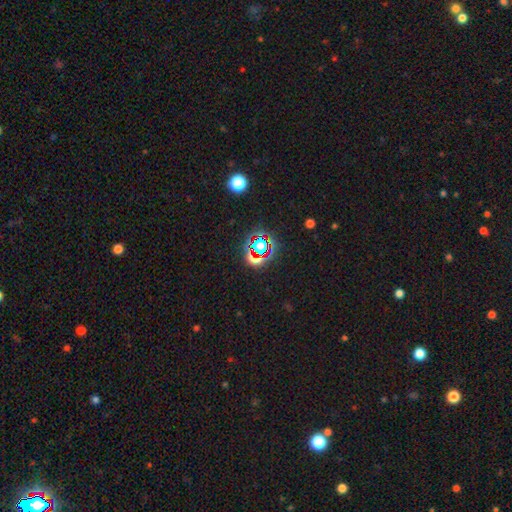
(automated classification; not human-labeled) Smooth or featured? star or artifact (68%)